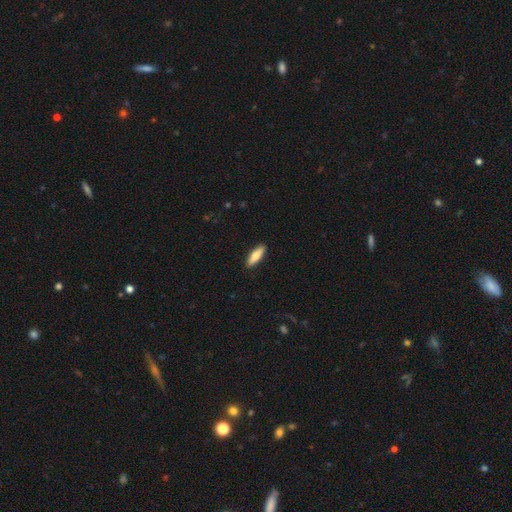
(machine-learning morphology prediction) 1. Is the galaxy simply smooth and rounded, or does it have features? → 73% smooth, 22% featured or disk, 5% star or artifact.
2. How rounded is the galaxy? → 55% cigar-shaped, 43% in between, 2% round.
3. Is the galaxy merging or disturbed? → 90% none, 7% minor disturbance, 1% major disturbance, 1% merger.